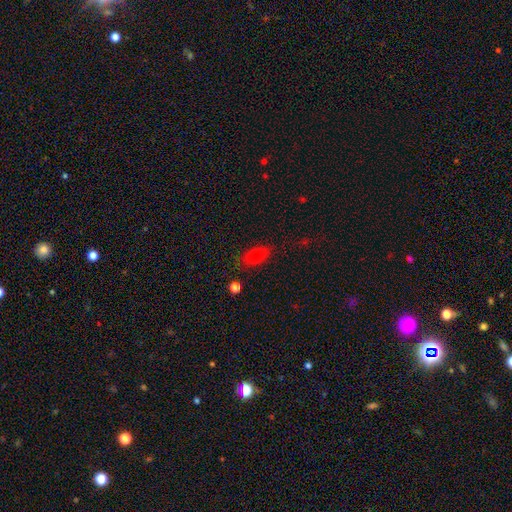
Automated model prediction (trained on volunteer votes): A smooth galaxy with no disk features (75%) that is in between round and cigar-shaped (80%). Merging: none (80%).